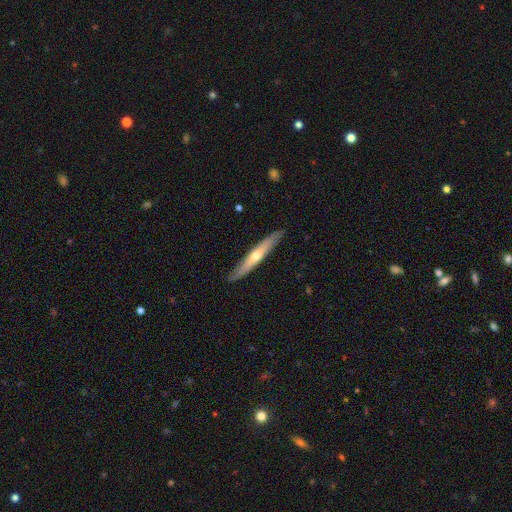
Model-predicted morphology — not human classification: Smooth or featured? featured or disk (58%)
Edge-on disk? yes (90%)
Edge-on bulge? rounded (76%)
Merging? none (87%)